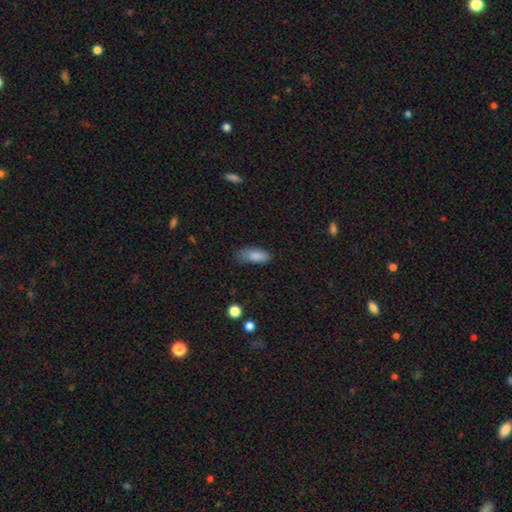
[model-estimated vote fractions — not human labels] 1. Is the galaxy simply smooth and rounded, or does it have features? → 86% smooth, 8% star or artifact, 6% featured or disk.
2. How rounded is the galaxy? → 81% in between, 16% cigar-shaped, 3% round.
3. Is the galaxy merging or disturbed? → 60% none, 30% minor disturbance, 8% major disturbance, 2% merger.